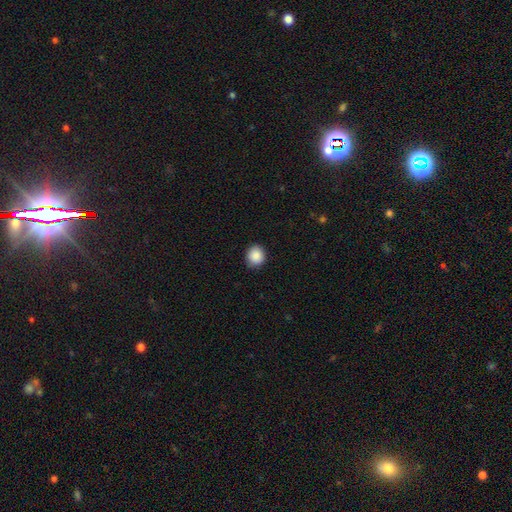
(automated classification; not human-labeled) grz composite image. It shows a smooth galaxy with no disk features (89%) that is round (84%). Merging: none (89%).